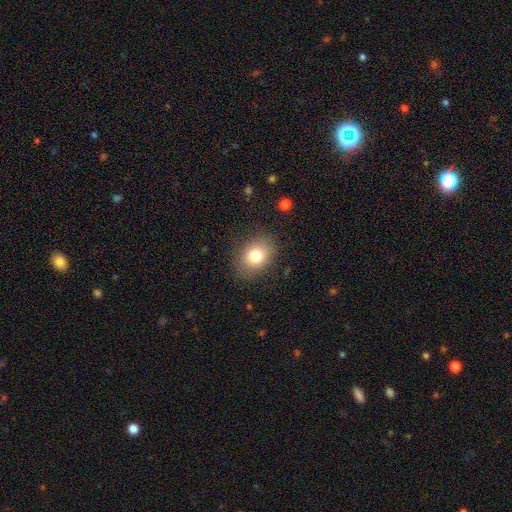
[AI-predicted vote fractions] smooth 79%, featured or disk 11%, star or artifact 10%. Down the decision tree: how rounded — in between (59%); merging — none (84%).